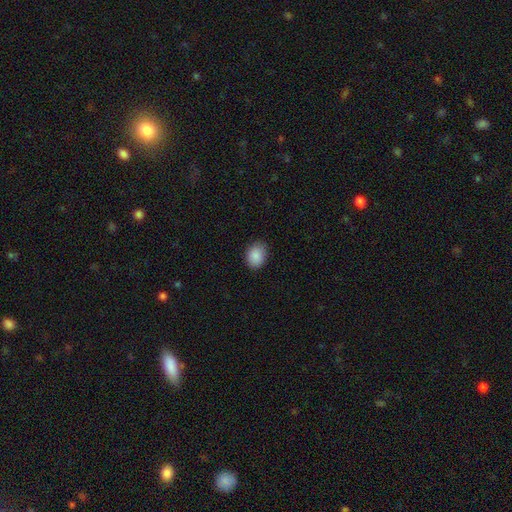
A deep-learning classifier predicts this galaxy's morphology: smooth_or_featured: smooth (p=0.89) [alt: star or artifact p=0.07]
how_rounded: in between (p=0.62) [alt: round p=0.37]
merging: none (p=0.85) [alt: minor disturbance p=0.12]